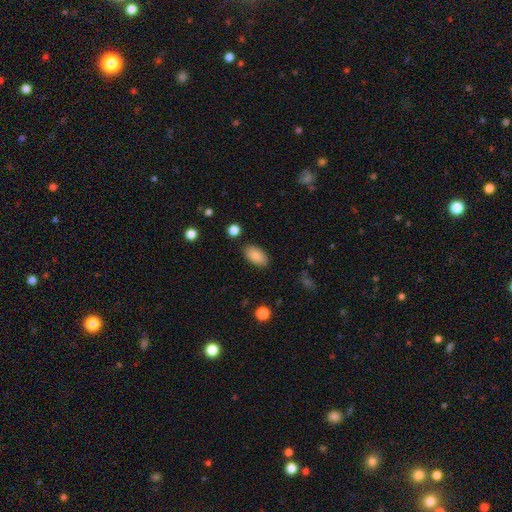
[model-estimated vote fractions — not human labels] A smooth galaxy with no disk features (87%) that is in between round and cigar-shaped (94%).

Vote fractions:
- Smooth or featured? smooth: 87% / star or artifact: 7% / featured or disk: 6%
- How rounded? in between: 94% / round: 4% / cigar-shaped: 2%
- Merging? none: 87% / minor disturbance: 9% / major disturbance: 2% / merger: 2%